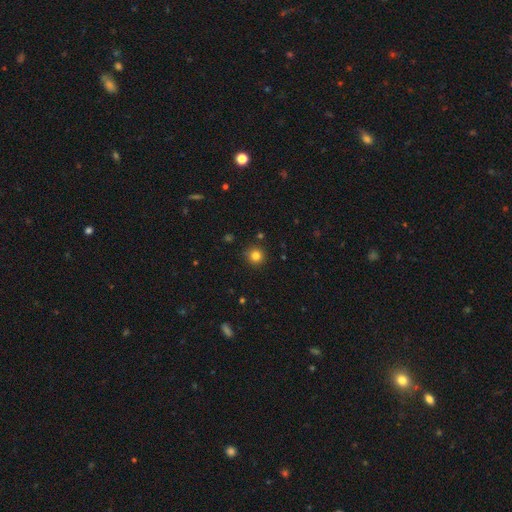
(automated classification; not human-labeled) This is clearly a smooth galaxy (82%). How rounded: clearly round (94%). Merging: clearly none (90%).